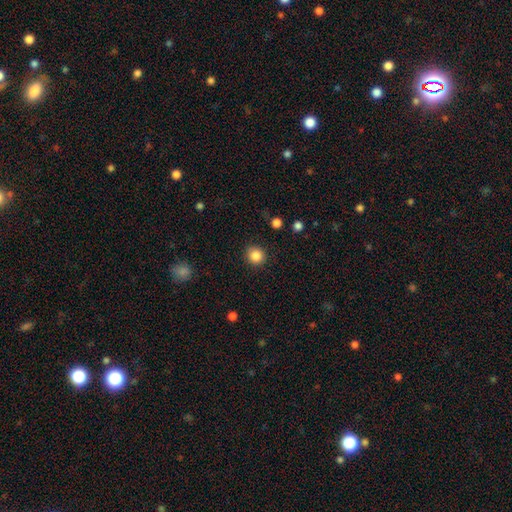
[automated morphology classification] The model was most divided on "smooth or featured": smooth: 85%, star or artifact: 10%, featured or disk: 4%. More confident: merging — none (90%); how rounded — round (90%).